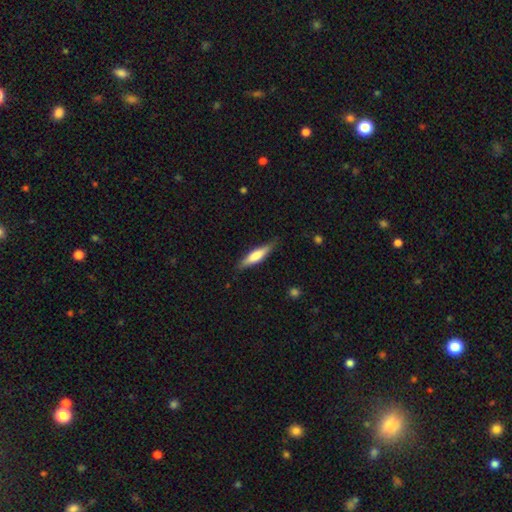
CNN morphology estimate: Smooth or featured? Predicted: smooth (p=0.59). How rounded? Predicted: cigar-shaped (p=0.78). Merging? Predicted: none (p=0.83).